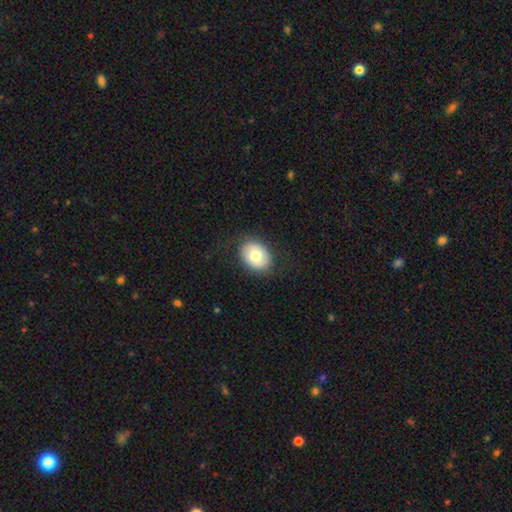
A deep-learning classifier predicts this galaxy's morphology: smooth_or_featured: smooth (p=0.73) [alt: featured or disk p=0.19]
how_rounded: in between (p=0.66) [alt: round p=0.33]
merging: none (p=0.83) [alt: minor disturbance p=0.12]